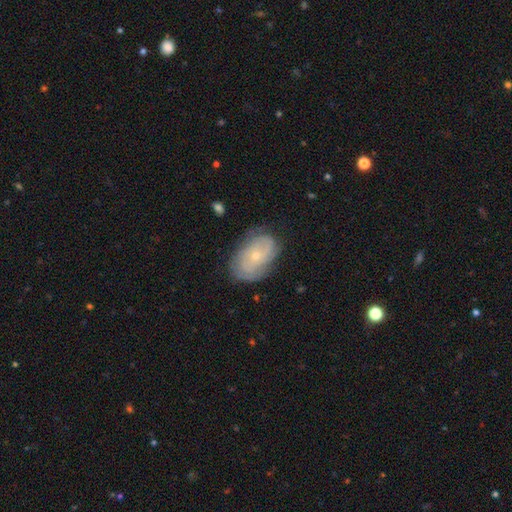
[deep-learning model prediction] featured or disk 63%, smooth 29%, star or artifact 8%. Down the decision tree: edge-on disk — no (95%); bar — no (80%); spiral arms — yes (79%); bulge size — small (72%); merging — none (74%).